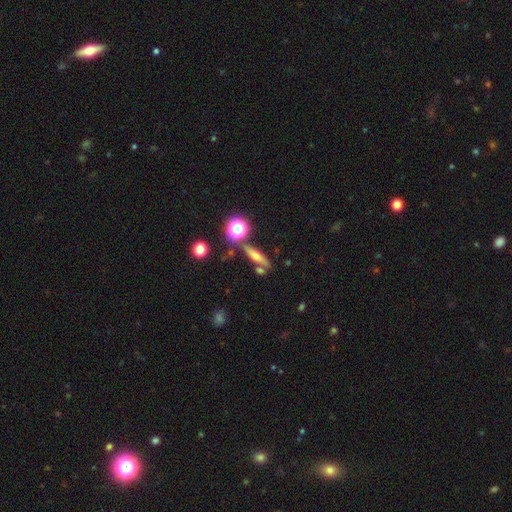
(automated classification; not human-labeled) Smooth or featured: smooth — 48% (featured or disk — 36%)
Merging: none — 72% (minor disturbance — 12%)